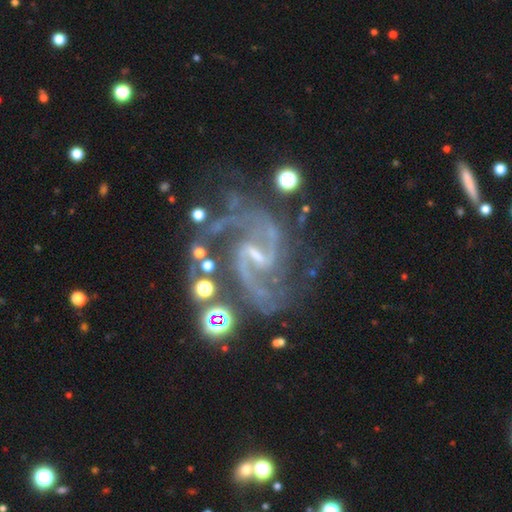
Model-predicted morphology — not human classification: A featured or disk galaxy (92%) with a weak bar (53%), 2 (81%) medium (60%) spiral arms (98%) and a small central bulge (70%).

Vote fractions:
- Smooth or featured? featured or disk: 92% / star or artifact: 6% / smooth: 2%
- Edge-on disk? no: 98% / yes: 2%
- Bar? weak: 53% / strong: 31% / no: 16%
- Spiral arms? yes: 98% / no: 2%
- Spiral winding? medium: 60% / loose: 21% / tight: 19%
- Spiral arm count? 2: 81% / 3: 6% / can't tell: 4% / 4: 3% / 1: 3% / more than 4: 3%
- Bulge size? small: 70% / none: 15% / moderate: 14% / large: 1% / dominant: 1%
- Merging? none: 61% / minor disturbance: 19% / major disturbance: 13% / merger: 7%